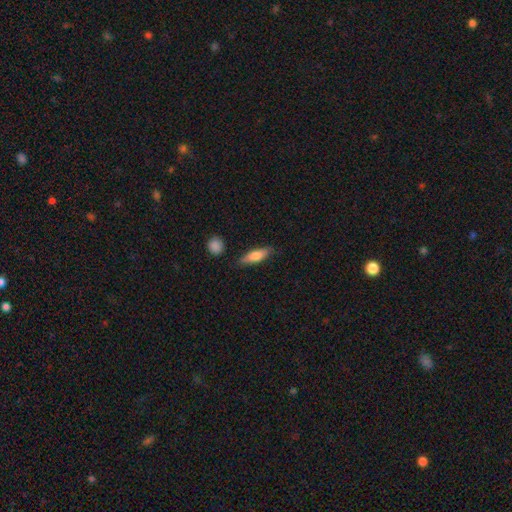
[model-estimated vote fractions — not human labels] This is likely a smooth galaxy (69%). How rounded: possibly cigar-shaped (54%). Merging: clearly none (82%).